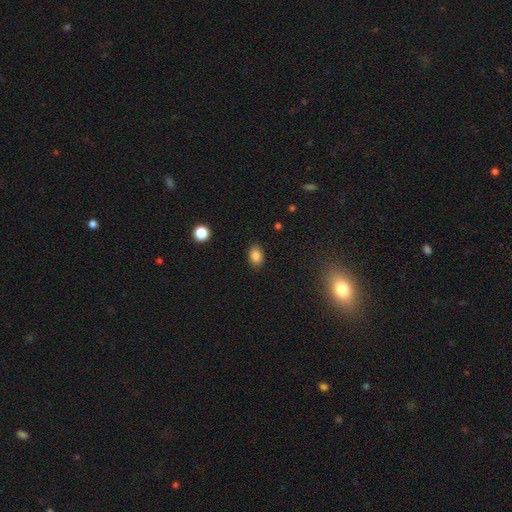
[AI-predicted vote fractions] smooth 85%, star or artifact 10%, featured or disk 5%. Down the decision tree: how rounded — in between (83%); merging — none (87%).